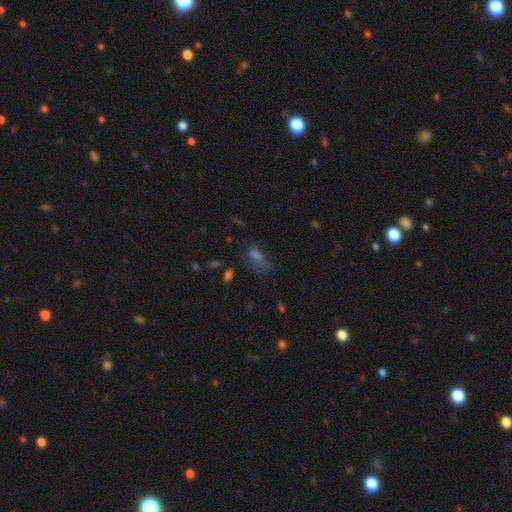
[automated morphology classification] type=smooth (52%); roundness=in between (81%); merging=none (42%).